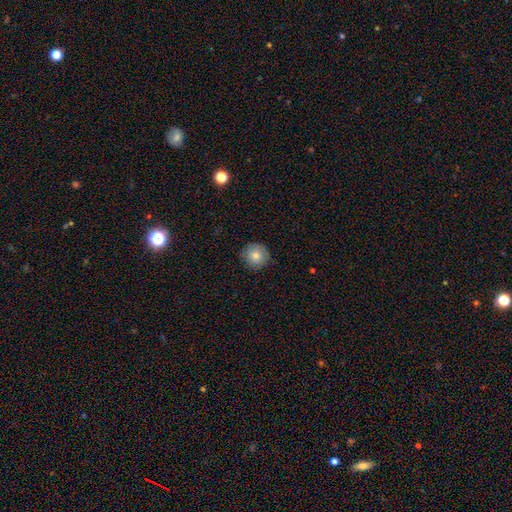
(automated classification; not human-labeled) Q: Smooth or featured?
A: smooth (78%); runner-up: featured or disk (13%)
Q: How rounded?
A: round (93%); runner-up: in between (6%)
Q: Merging?
A: none (84%); runner-up: minor disturbance (13%)